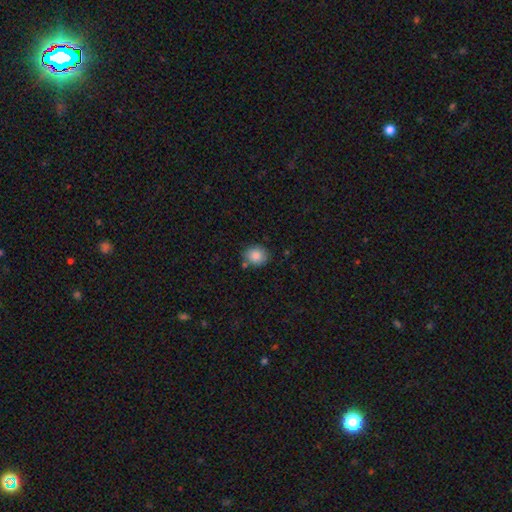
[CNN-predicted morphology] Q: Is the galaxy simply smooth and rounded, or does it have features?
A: smooth — 86%.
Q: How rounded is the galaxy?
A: round — 74%.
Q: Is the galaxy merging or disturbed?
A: none — 76%.